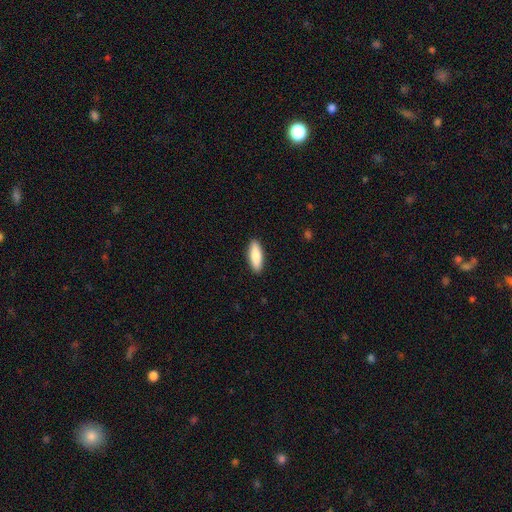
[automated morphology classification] smooth_or_featured: smooth (p=0.85) [alt: featured or disk p=0.10]
how_rounded: in between (p=0.55) [alt: cigar-shaped p=0.43]
merging: none (p=0.91) [alt: minor disturbance p=0.07]